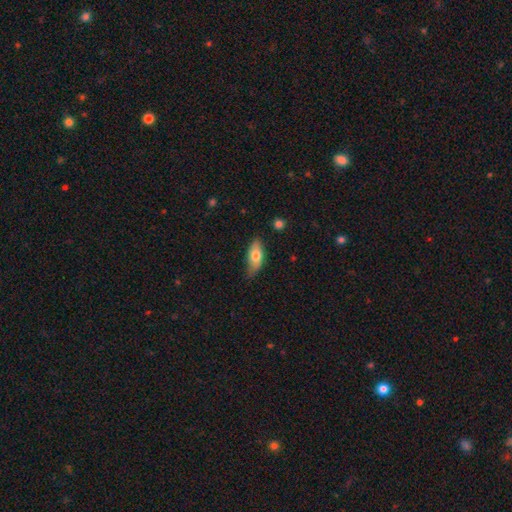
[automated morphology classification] Smooth or featured?
  - smooth: 73% *
  - featured or disk: 21%
  - star or artifact: 6%
How rounded?
  - in between: 83% *
  - cigar-shaped: 14%
  - round: 3%
Merging?
  - none: 71% *
  - minor disturbance: 24%
  - major disturbance: 3%
  - merger: 2%